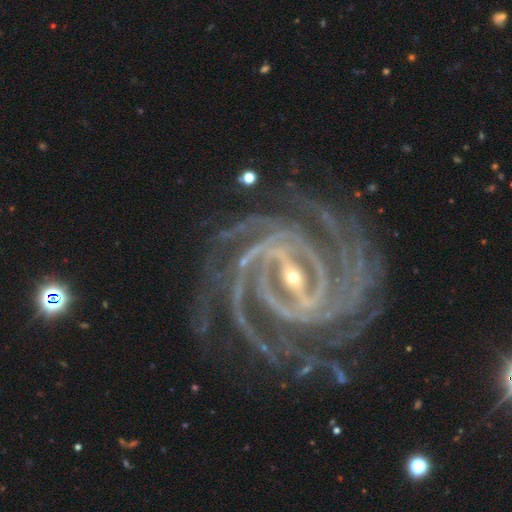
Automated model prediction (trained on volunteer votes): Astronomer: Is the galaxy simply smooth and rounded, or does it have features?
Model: featured or disk — 94%.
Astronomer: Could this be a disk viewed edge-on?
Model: no — 98%.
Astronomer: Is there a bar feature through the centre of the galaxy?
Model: strong — 69%.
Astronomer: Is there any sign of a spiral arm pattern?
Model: yes — 99%.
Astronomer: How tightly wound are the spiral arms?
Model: tight — 82%.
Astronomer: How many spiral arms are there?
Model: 4 — 30% (runner-up: more than 4, 23%).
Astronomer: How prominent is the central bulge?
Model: small — 72%.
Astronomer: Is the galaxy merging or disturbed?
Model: none — 79%.